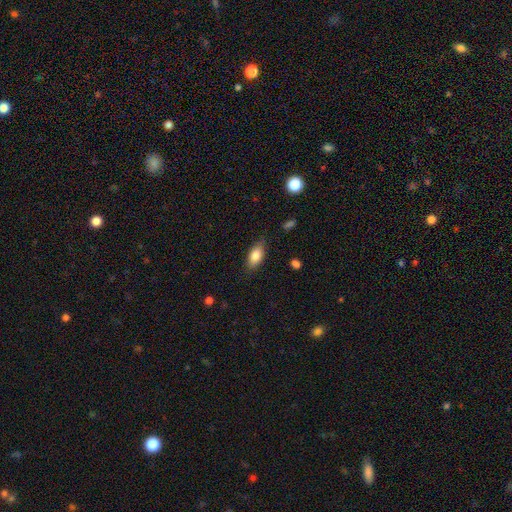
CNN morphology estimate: A smooth galaxy with no disk features (81%) that is in between round and cigar-shaped (85%). Merging: none (81%).